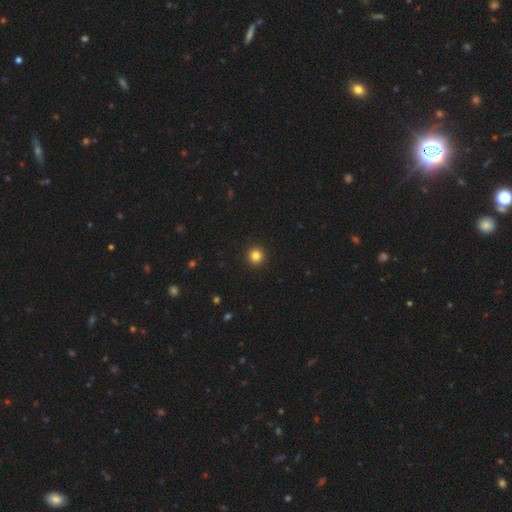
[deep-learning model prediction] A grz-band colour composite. It shows a smooth galaxy with no disk features (83%) that is round (96%). Merging: none (94%).